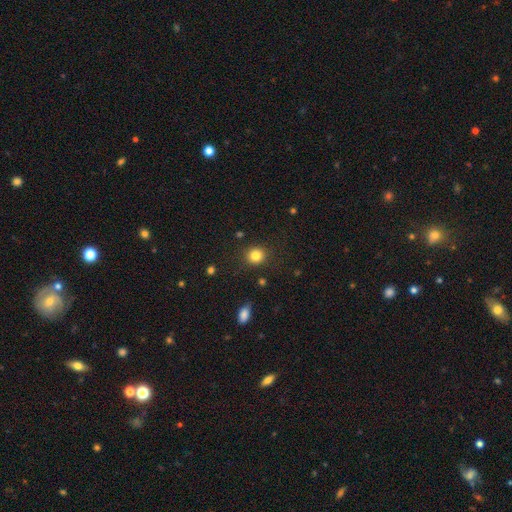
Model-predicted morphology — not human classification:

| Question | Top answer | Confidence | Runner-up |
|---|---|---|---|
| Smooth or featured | smooth | 83% | star or artifact (11%) |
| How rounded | round | 86% | in between (13%) |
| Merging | none | 88% | minor disturbance (8%) |